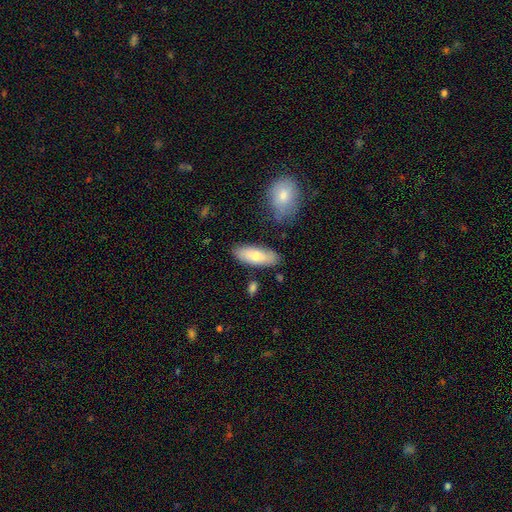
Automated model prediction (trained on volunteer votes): This is likely a smooth galaxy (73%). How rounded: likely in between (71%). Merging: likely none (79%).